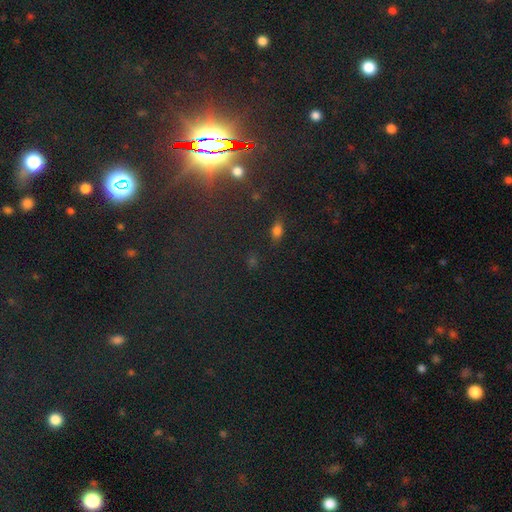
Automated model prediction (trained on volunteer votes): Smooth or featured?
  - star or artifact: 81% *
  - smooth: 11%
  - featured or disk: 7%